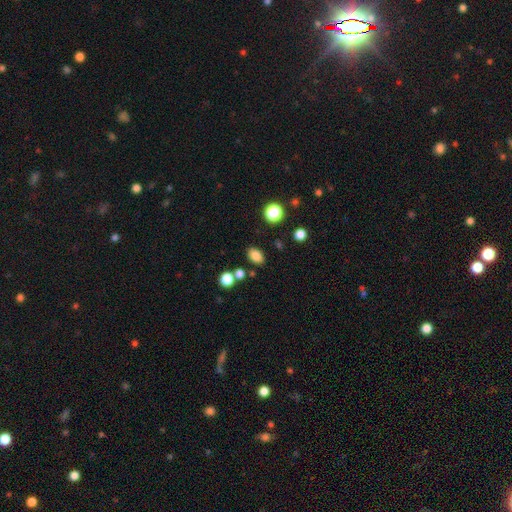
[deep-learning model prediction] Smooth or featured? smooth (83%)
How rounded? in between (78%)
Merging? none (81%)